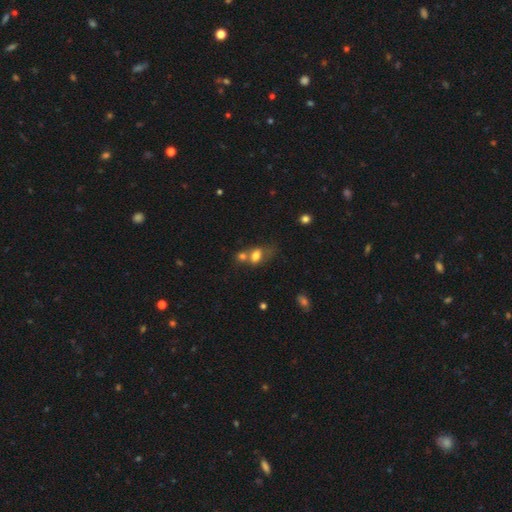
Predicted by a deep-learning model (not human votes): A smooth galaxy with no disk features (74%) that is in between round and cigar-shaped (72%).

Vote fractions:
- Smooth or featured? smooth: 74% / featured or disk: 15% / star or artifact: 11%
- How rounded? in between: 72% / round: 25% / cigar-shaped: 3%
- Merging? merger: 53% / none: 25% / minor disturbance: 12% / major disturbance: 9%